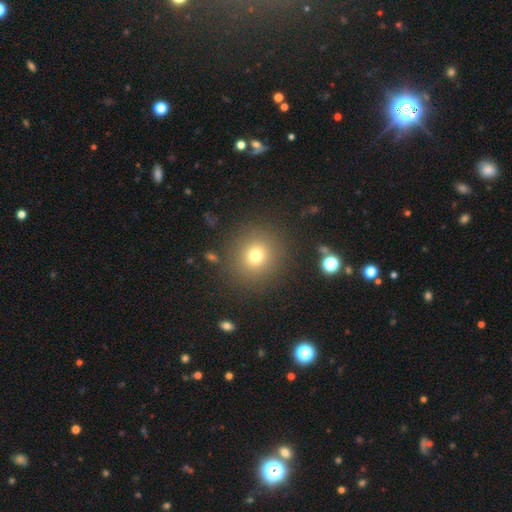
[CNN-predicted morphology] smooth_or_featured: smooth (p=0.74) [alt: star or artifact p=0.16]
how_rounded: round (p=0.89) [alt: in between p=0.11]
merging: none (p=0.87) [alt: minor disturbance p=0.07]